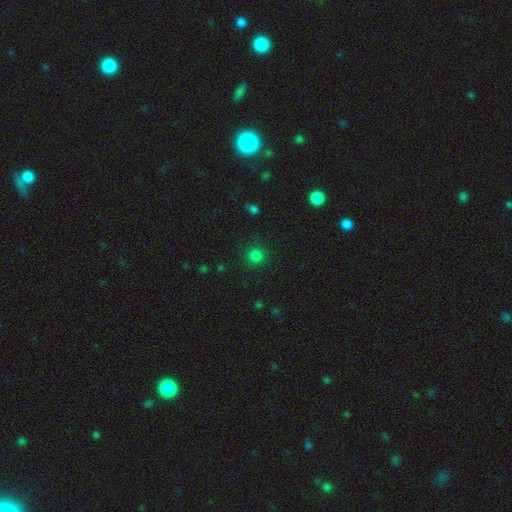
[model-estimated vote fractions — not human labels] smooth_or_featured: smooth (p=0.82) [alt: star or artifact p=0.15]
how_rounded: round (p=0.92) [alt: in between p=0.07]
merging: none (p=0.88) [alt: minor disturbance p=0.07]